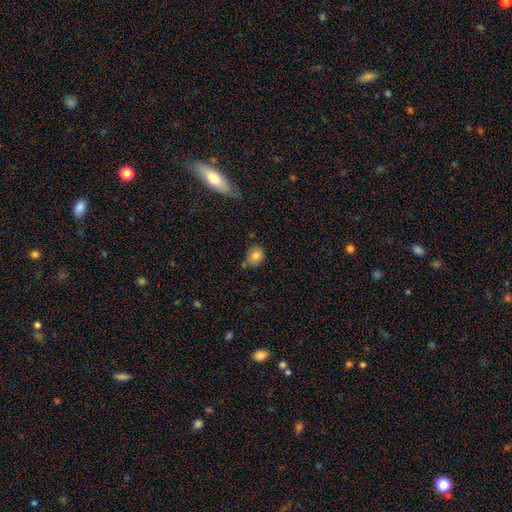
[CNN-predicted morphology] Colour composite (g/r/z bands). It shows a smooth galaxy with no disk features (79%) that is round (63%). Merging: none (64%).